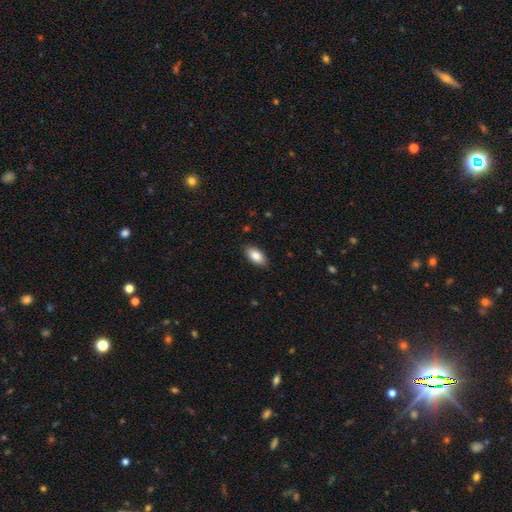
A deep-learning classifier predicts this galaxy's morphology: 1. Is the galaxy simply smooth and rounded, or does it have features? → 85% smooth, 9% featured or disk, 7% star or artifact.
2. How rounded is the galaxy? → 92% in between, 5% cigar-shaped, 3% round.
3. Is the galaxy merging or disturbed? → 88% none, 9% minor disturbance, 2% major disturbance, 1% merger.